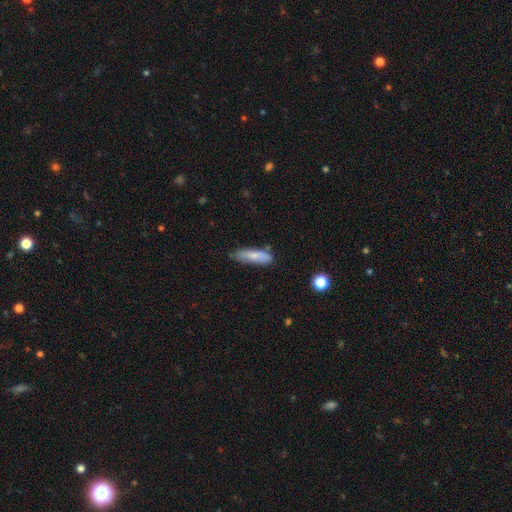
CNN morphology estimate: Overall: smooth (75%). How rounded: cigar-shaped (59%; in between 39%). Merging: none (67%).